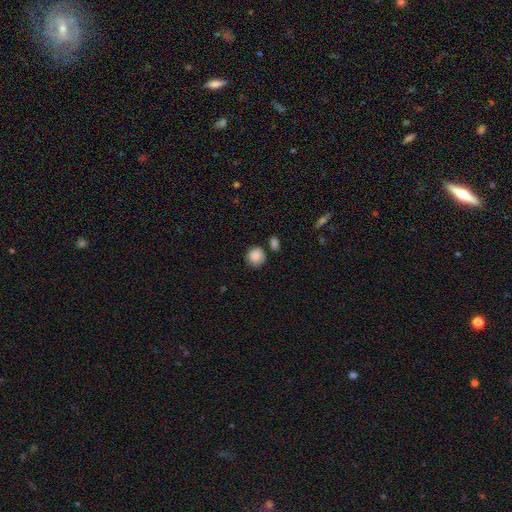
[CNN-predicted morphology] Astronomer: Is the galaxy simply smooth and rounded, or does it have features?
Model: smooth — 87%.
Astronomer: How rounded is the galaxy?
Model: round — 88%.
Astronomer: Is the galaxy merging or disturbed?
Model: none — 76%.